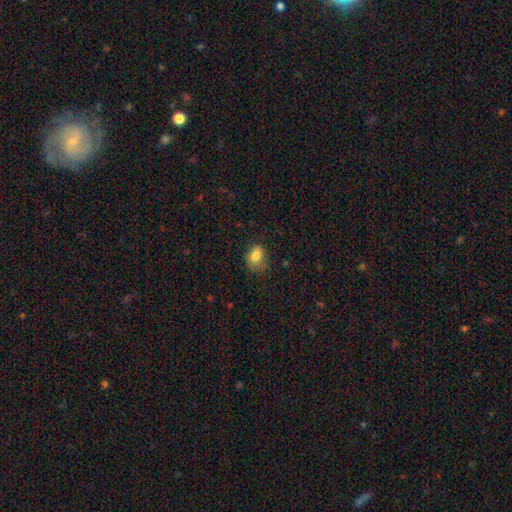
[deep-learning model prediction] Smooth or featured?
  - smooth: 82% *
  - star or artifact: 10%
  - featured or disk: 8%
How rounded?
  - in between: 72% *
  - round: 26%
  - cigar-shaped: 1%
Merging?
  - none: 55% *
  - minor disturbance: 31%
  - major disturbance: 12%
  - merger: 2%